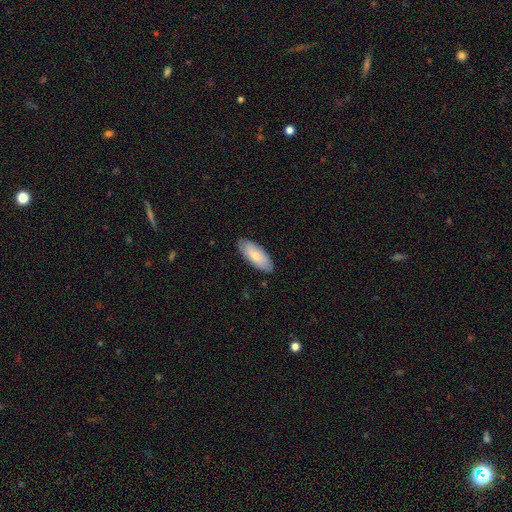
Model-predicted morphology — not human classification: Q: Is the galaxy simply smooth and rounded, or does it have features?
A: smooth — 73%.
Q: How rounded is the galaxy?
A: in between — 82%.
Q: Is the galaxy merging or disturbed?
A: none — 84%.